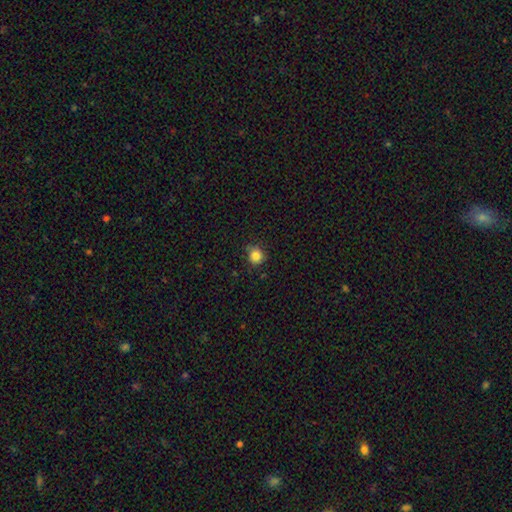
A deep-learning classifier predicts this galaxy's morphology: smooth_or_featured: smooth (p=0.84) [alt: star or artifact p=0.12]
how_rounded: round (p=0.89) [alt: in between p=0.10]
merging: none (p=0.77) [alt: minor disturbance p=0.18]